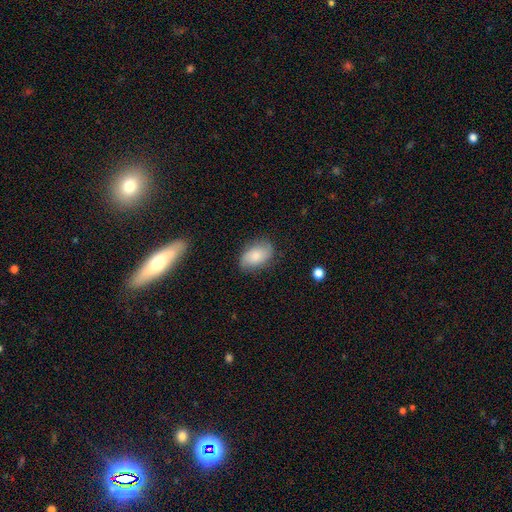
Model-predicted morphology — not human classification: smooth-or-featured: smooth: 69% | featured or disk: 24% | star or artifact: 7%
  how-rounded: in between: 91% | round: 7% | cigar-shaped: 2%
  merging: none: 77% | minor disturbance: 17% | major disturbance: 4% | merger: 1%